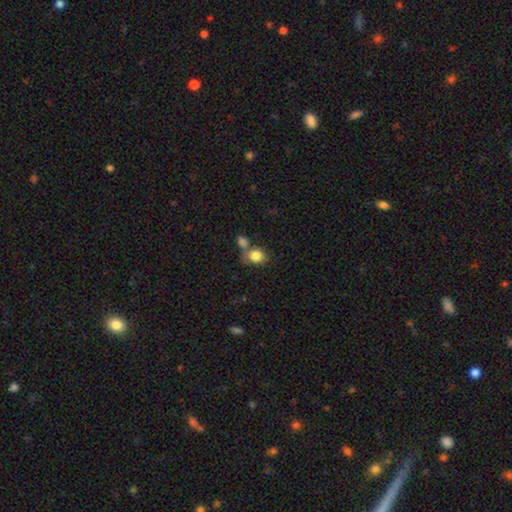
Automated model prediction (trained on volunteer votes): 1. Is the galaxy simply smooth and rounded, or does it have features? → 83% smooth, 9% star or artifact, 8% featured or disk.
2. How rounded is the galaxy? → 57% round, 42% in between, 1% cigar-shaped.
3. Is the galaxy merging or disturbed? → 47% none, 35% merger, 13% minor disturbance, 5% major disturbance.